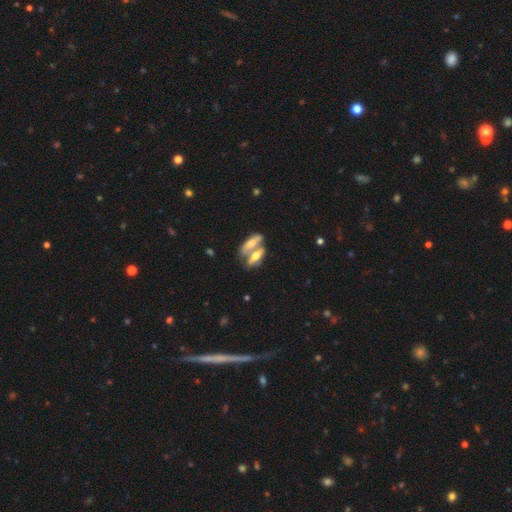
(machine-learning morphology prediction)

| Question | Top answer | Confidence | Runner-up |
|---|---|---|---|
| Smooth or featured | smooth | 47% | featured or disk (46%) |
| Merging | merger | 62% | none (25%) |